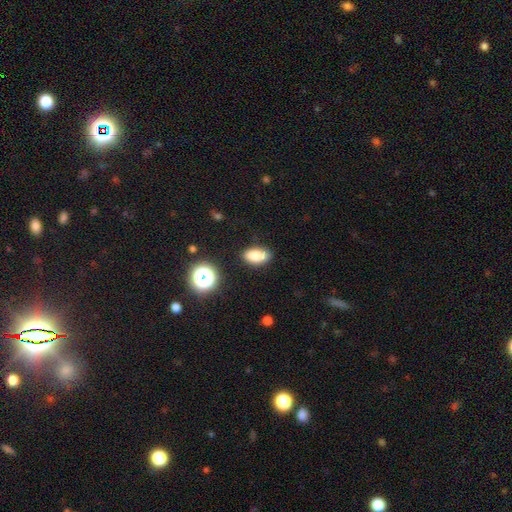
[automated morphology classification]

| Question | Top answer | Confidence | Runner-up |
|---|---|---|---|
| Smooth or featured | smooth | 83% | star or artifact (10%) |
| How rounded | in between | 88% | round (6%) |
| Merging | none | 85% | minor disturbance (11%) |